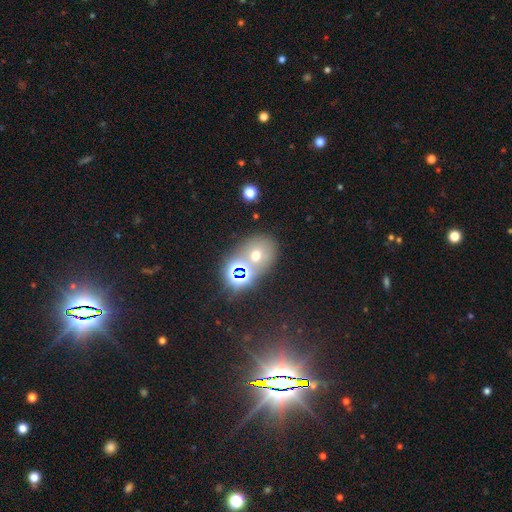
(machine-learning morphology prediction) smooth_or_featured: smooth (p=0.53) [alt: star or artifact p=0.31]
how_rounded: round (p=0.64) [alt: in between p=0.35]
merging: none (p=0.58) [alt: merger p=0.26]